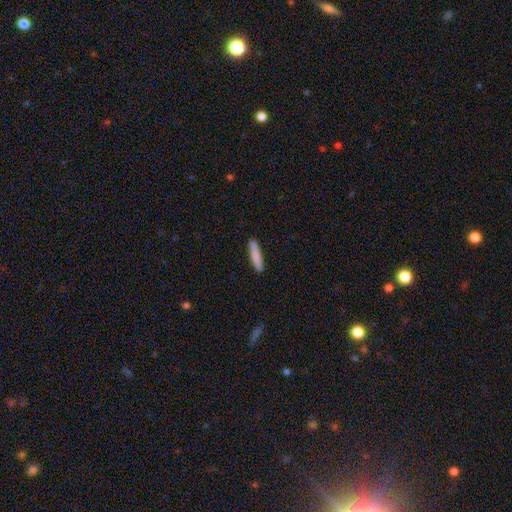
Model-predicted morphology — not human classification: The model was most divided on "smooth or featured": smooth: 84%, featured or disk: 10%, star or artifact: 6%. More confident: merging — none (90%); how rounded — cigar-shaped (88%).